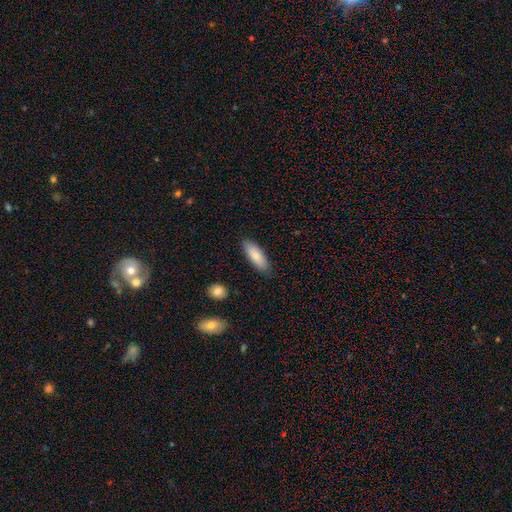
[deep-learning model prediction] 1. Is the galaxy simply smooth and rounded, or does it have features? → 82% smooth, 12% featured or disk, 6% star or artifact.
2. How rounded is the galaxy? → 64% in between, 34% cigar-shaped, 2% round.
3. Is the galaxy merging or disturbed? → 86% none, 11% minor disturbance, 2% major disturbance, 2% merger.